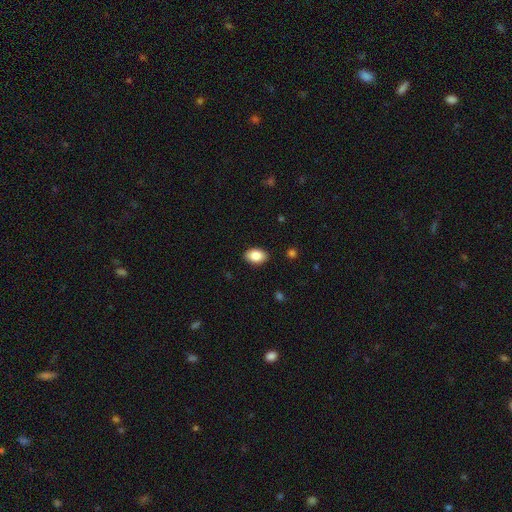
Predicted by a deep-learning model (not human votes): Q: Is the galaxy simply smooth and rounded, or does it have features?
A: smooth — 86%.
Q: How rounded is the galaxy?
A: in between — 88%.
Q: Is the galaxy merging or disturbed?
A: none — 89%.